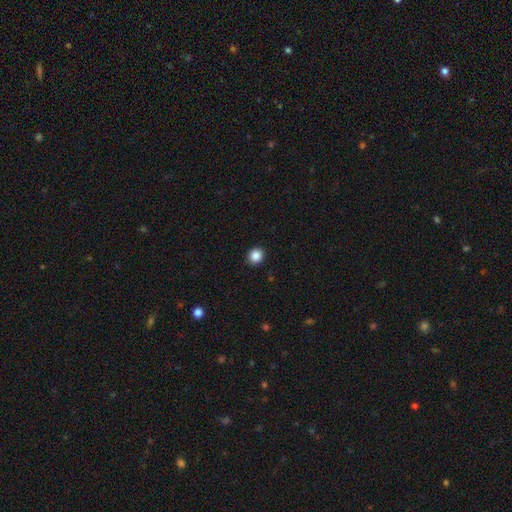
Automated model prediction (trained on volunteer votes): Smooth or featured: smooth — 87% (star or artifact — 10%)
How rounded: round — 82% (in between — 17%)
Merging: none — 92% (minor disturbance — 6%)